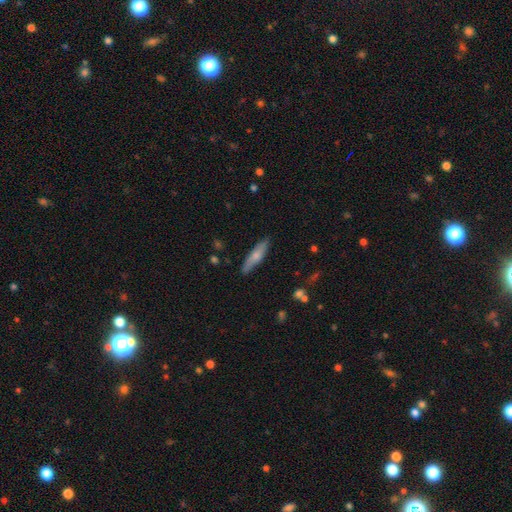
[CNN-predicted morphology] A smooth galaxy with no disk features (60%) that is cigar-shaped (80%). Merging: none (85%).